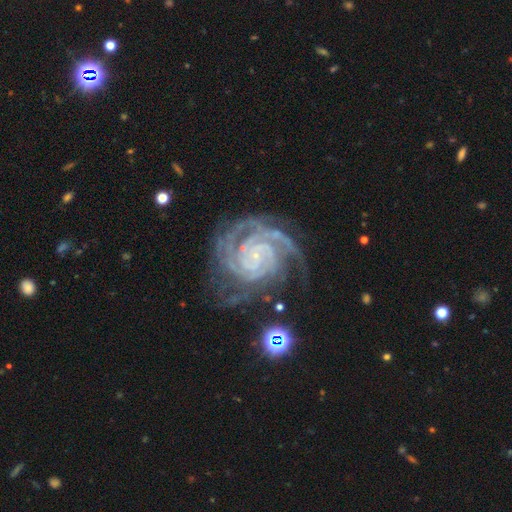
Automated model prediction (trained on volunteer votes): smooth_or_featured: featured or disk (p=0.91) [alt: star or artifact p=0.06]
disk_edge_on: no (p=0.98) [alt: yes p=0.02]
bar: no (p=0.64) [alt: weak p=0.24]
has_spiral_arms: yes (p=0.99) [alt: no p=0.01]
spiral_winding: tight (p=0.80) [alt: medium p=0.17]
spiral_arm_count: 3 (p=0.26) [alt: 4 p=0.23]
bulge_size: small (p=0.83) [alt: none p=0.10]
merging: none (p=0.66) [alt: minor disturbance p=0.20]